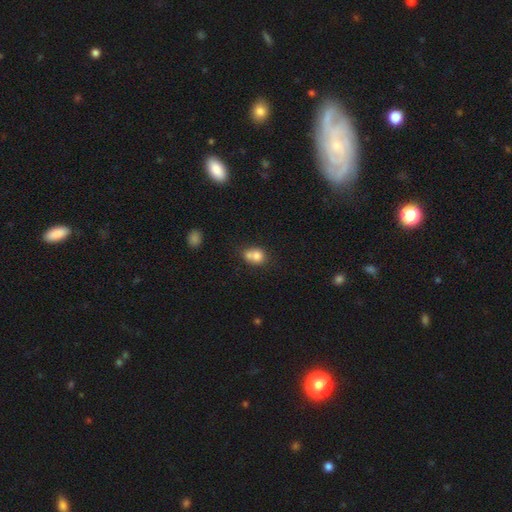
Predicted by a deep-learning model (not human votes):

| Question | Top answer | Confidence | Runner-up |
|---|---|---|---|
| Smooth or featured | smooth | 75% | featured or disk (14%) |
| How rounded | round | 68% | in between (31%) |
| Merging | merger | 55% | none (31%) |